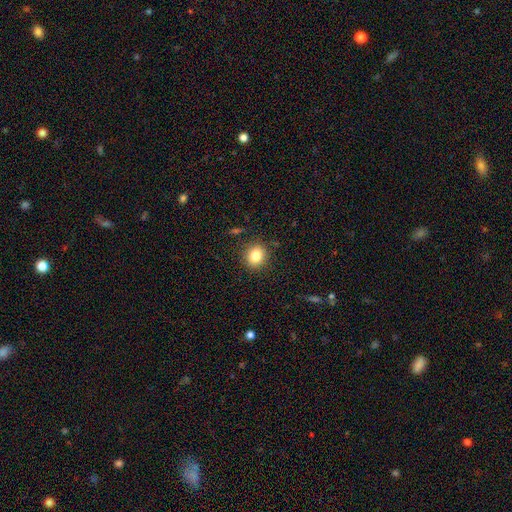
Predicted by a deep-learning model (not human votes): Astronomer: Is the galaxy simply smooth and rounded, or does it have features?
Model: smooth — 82%.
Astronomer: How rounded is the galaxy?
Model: round — 76%.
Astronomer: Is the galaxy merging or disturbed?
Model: none — 88%.